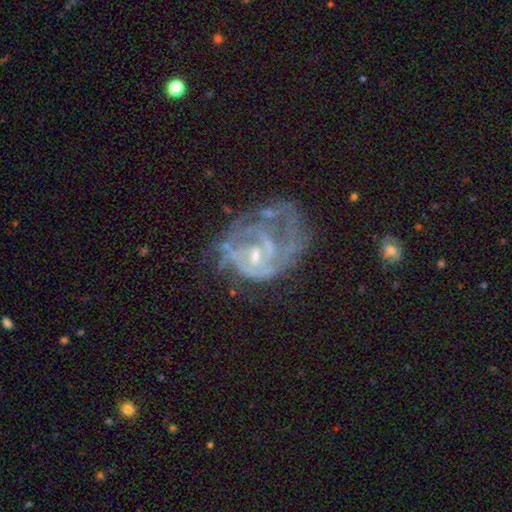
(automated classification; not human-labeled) Smooth or featured: featured or disk — 83% (smooth — 9%)
Edge-on disk: no — 98% (yes — 2%)
Bar: no — 47% (weak — 44%)
Spiral arms: yes — 81% (no — 19%)
Spiral winding: tight — 43% (medium — 40%)
Spiral arm count: can't tell — 35% (2 — 33%)
Bulge size: small — 52% (moderate — 35%)
Merging: major disturbance — 37% (none — 36%)